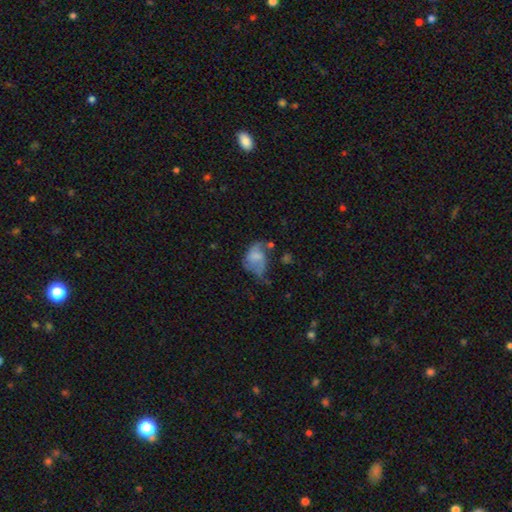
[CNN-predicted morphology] This appears to be a smooth galaxy with no disk features (46%). Merging: major disturbance (33%).